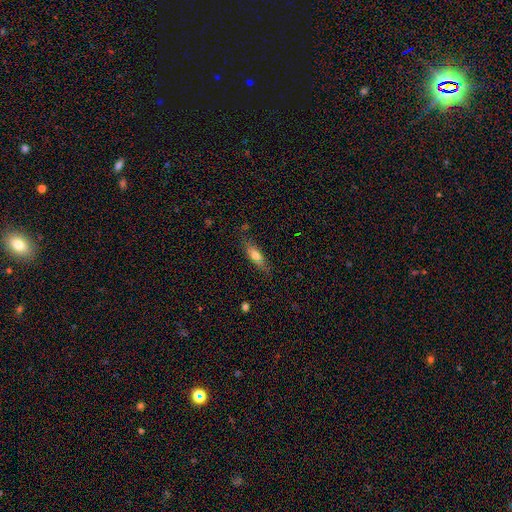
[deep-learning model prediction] The model was most divided on "how rounded": cigar-shaped: 49%, in between: 48%, round: 3%. More confident: merging — none (75%); smooth or featured — smooth (66%).